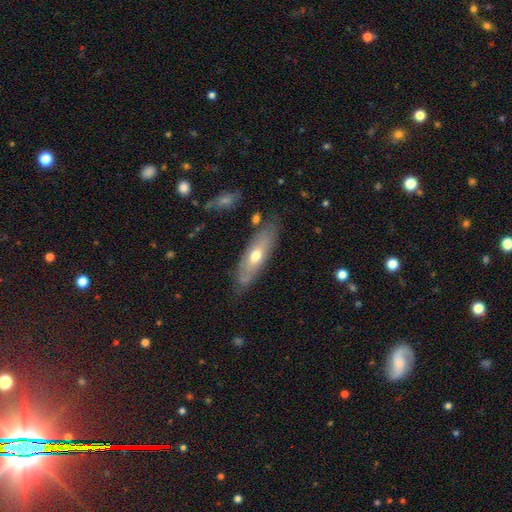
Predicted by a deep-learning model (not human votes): smooth 49%, featured or disk 45%, star or artifact 6%. Down the decision tree: merging — none (77%).